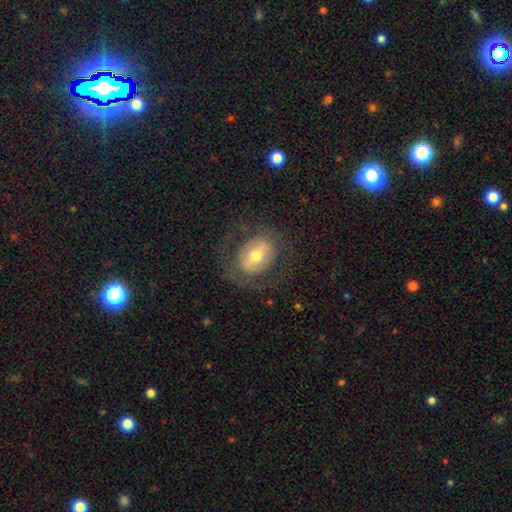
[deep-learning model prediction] Smooth or featured? featured or disk (47%)
Merging? none (73%)